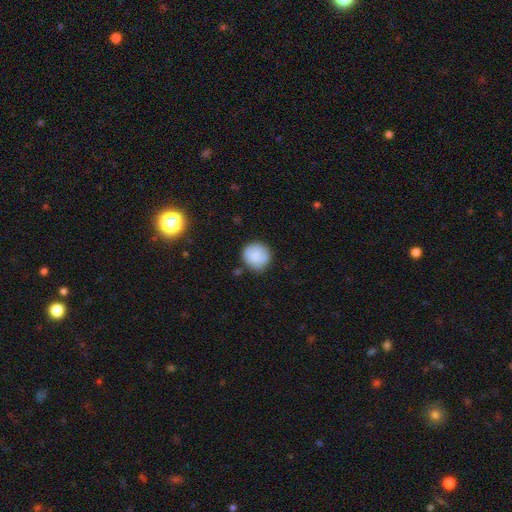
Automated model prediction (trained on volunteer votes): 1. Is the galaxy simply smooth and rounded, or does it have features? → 86% smooth, 7% star or artifact, 7% featured or disk.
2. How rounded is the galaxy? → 91% round, 8% in between, 1% cigar-shaped.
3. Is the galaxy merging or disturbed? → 80% none, 14% minor disturbance, 3% major disturbance, 2% merger.